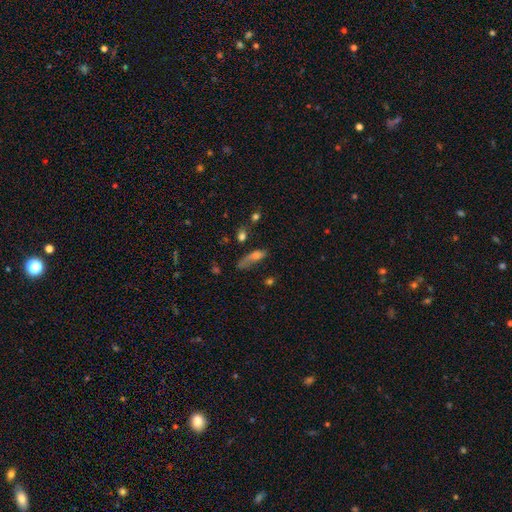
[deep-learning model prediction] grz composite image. It shows a smooth galaxy with no disk features (56%) that is cigar-shaped (48%). Merging: none (38%).